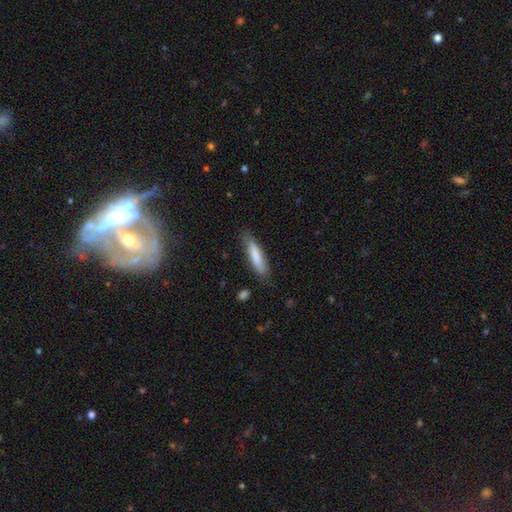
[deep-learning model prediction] Smooth or featured? smooth (79%)
How rounded? cigar-shaped (80%)
Merging? none (80%)